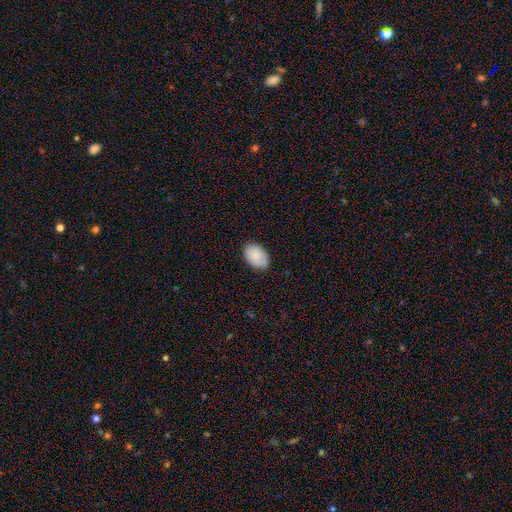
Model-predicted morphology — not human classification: Smooth or featured?
  - smooth: 86% *
  - featured or disk: 7%
  - star or artifact: 7%
How rounded?
  - in between: 86% *
  - round: 13%
  - cigar-shaped: 1%
Merging?
  - none: 79% *
  - minor disturbance: 17%
  - major disturbance: 3%
  - merger: 1%